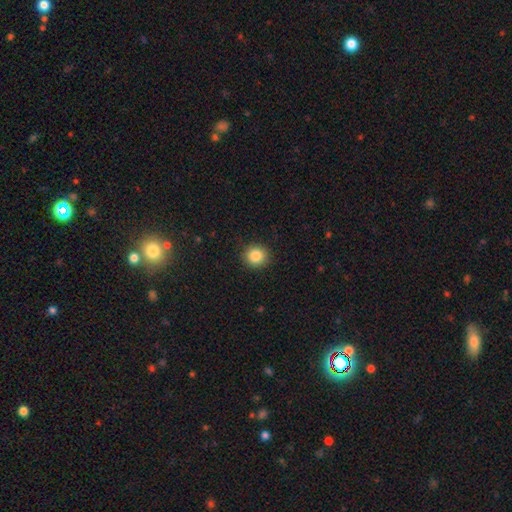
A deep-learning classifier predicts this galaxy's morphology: smooth_or_featured: smooth (p=0.86) [alt: star or artifact p=0.10]
how_rounded: round (p=0.91) [alt: in between p=0.08]
merging: none (p=0.91) [alt: minor disturbance p=0.06]